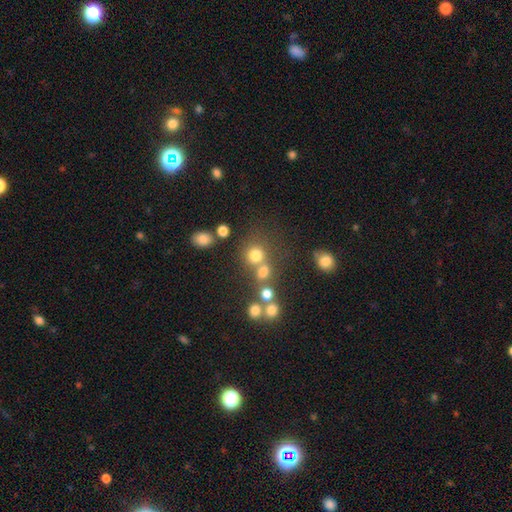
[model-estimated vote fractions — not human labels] Q: Smooth or featured?
A: smooth (73%); runner-up: star or artifact (17%)
Q: How rounded?
A: round (85%); runner-up: in between (14%)
Q: Merging?
A: none (54%); runner-up: merger (31%)